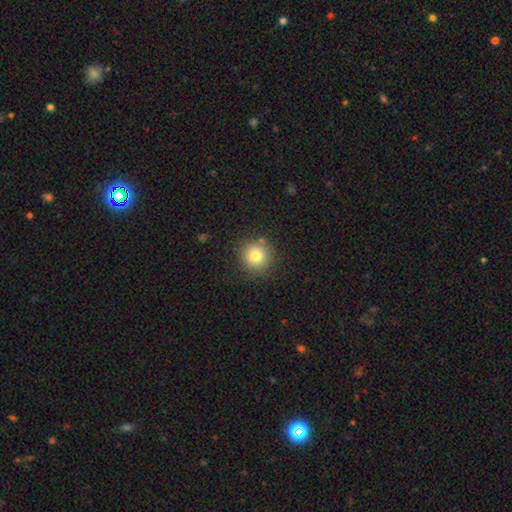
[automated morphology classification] The model was most divided on "smooth or featured": smooth: 79%, star or artifact: 13%, featured or disk: 9%. More confident: how rounded — round (94%); merging — none (87%).